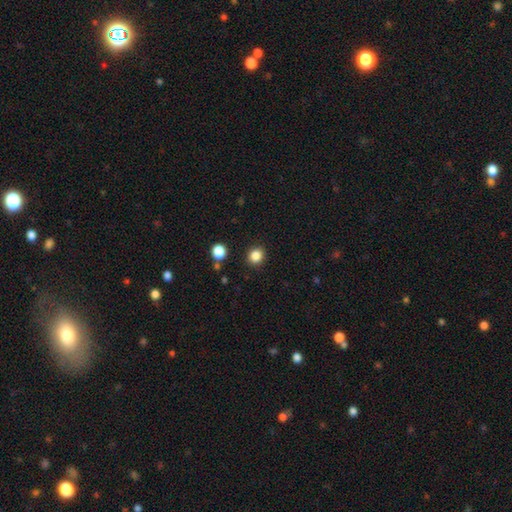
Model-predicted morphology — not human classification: Overall: smooth (85%). How rounded: round (81%). Merging: none (90%).